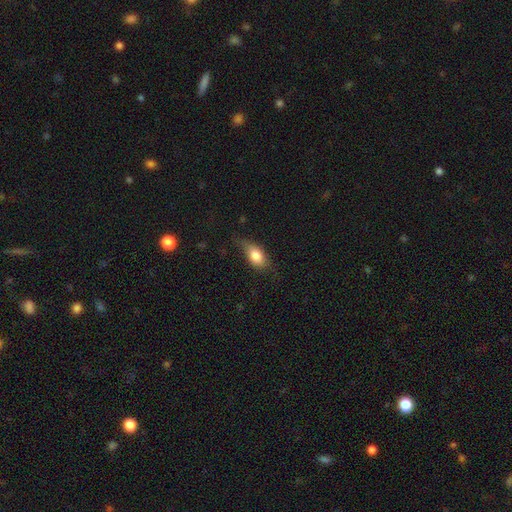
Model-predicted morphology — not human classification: Overall: smooth (76%). How rounded: in between (82%). Merging: none (56%; minor disturbance 32%).